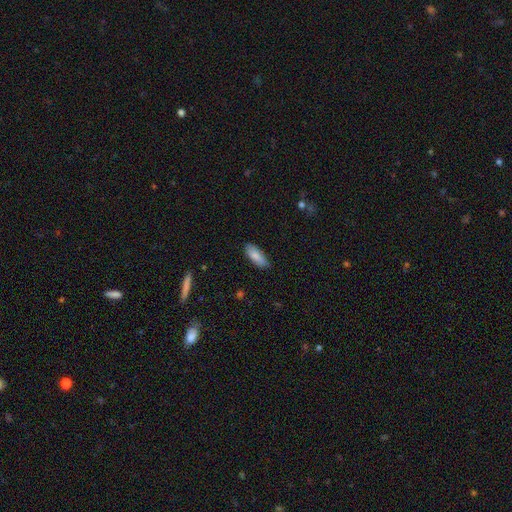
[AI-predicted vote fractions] Overall: smooth (84%). How rounded: in between (76%). Merging: none (85%).